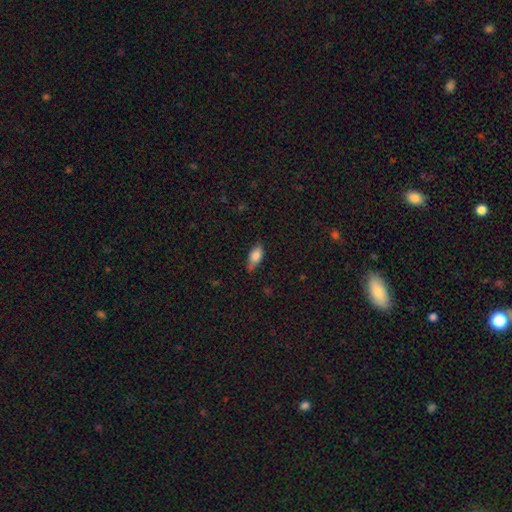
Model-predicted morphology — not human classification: smooth 80%, featured or disk 13%, star or artifact 7%. Down the decision tree: how rounded — in between (86%); merging — none (69%).